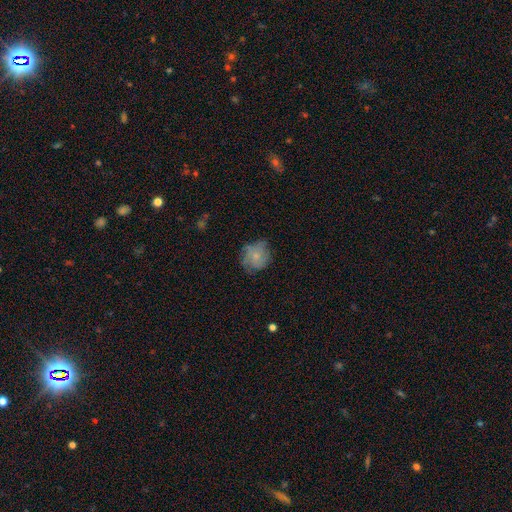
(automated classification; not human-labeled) Overall: smooth (53%; featured or disk 38%). How rounded: round (75%). Merging: none (60%; minor disturbance 27%).